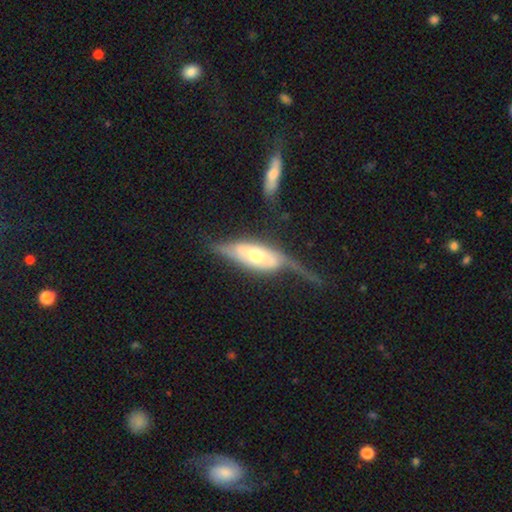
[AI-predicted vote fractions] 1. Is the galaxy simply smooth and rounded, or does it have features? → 68% featured or disk, 26% smooth, 5% star or artifact.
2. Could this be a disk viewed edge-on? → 62% no, 38% yes.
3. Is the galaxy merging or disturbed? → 36% major disturbance, 30% none, 26% minor disturbance, 8% merger.